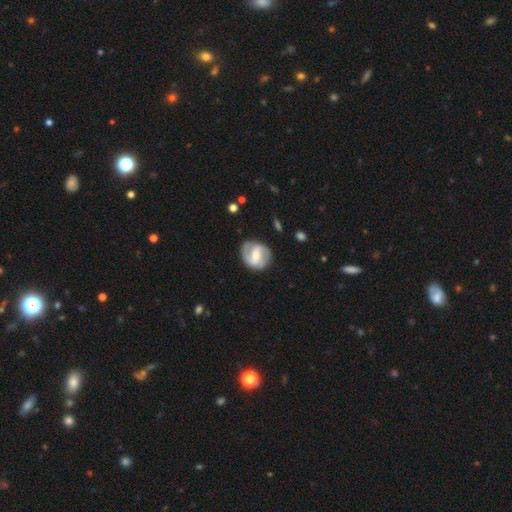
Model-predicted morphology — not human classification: smooth-or-featured: featured or disk: 71% | smooth: 23% | star or artifact: 5%
  disk-edge-on: no: 97% | yes: 3%
    bar: weak: 42% | strong: 40% | no: 18%
    has-spiral-arms: yes: 83% | no: 17%
      spiral-winding: medium: 44% | tight: 32% | loose: 24%
      spiral-arm-count: 2: 82% | can't tell: 10% | 1: 4% | 3: 2% | 4: 1% | more than 4: 1%
    bulge-size: moderate: 54% | small: 37% | large: 5% | none: 3% | dominant: 1%
  merging: none: 77% | minor disturbance: 15% | major disturbance: 6% | merger: 2%